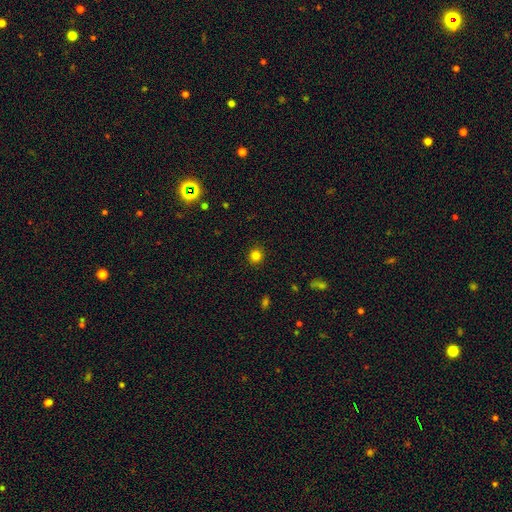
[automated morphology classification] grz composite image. It shows a smooth galaxy with no disk features (82%) that is round (91%). Merging: none (91%).